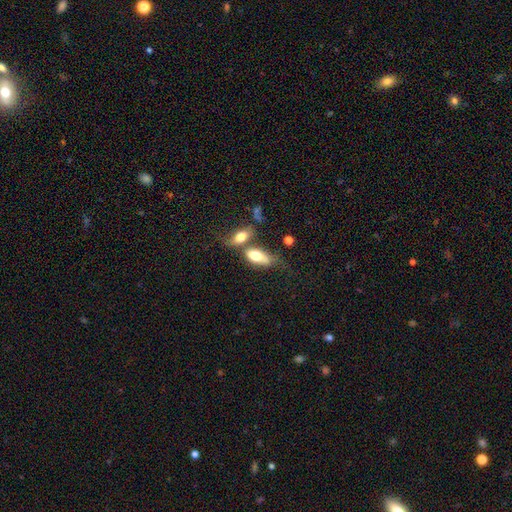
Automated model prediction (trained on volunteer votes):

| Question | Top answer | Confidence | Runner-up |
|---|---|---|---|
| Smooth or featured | smooth | 70% | featured or disk (23%) |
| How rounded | in between | 85% | cigar-shaped (11%) |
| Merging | merger | 53% | none (24%) |